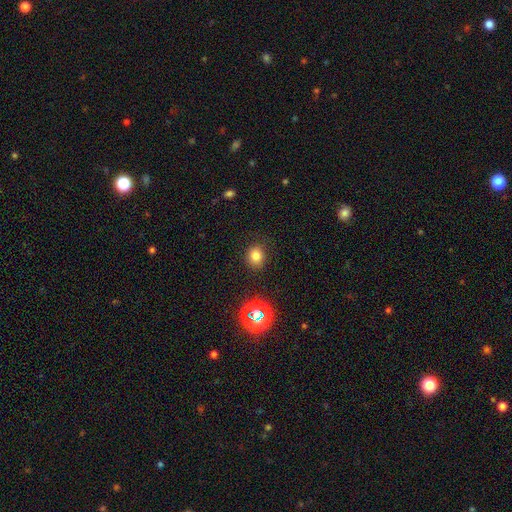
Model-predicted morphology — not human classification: smooth-or-featured: smooth: 77% | star or artifact: 17% | featured or disk: 6%
  how-rounded: round: 76% | in between: 24% | cigar-shaped: 1%
  merging: none: 85% | minor disturbance: 10% | major disturbance: 3% | merger: 1%